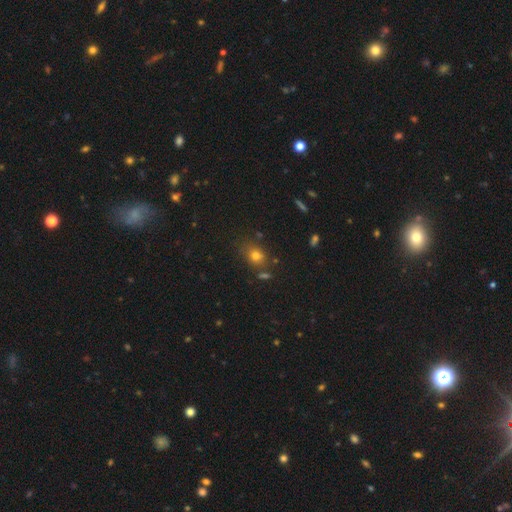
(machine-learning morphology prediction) Q: Smooth or featured?
A: smooth (74%); runner-up: star or artifact (17%)
Q: How rounded?
A: round (52%); runner-up: in between (47%)
Q: Merging?
A: none (71%); runner-up: minor disturbance (16%)